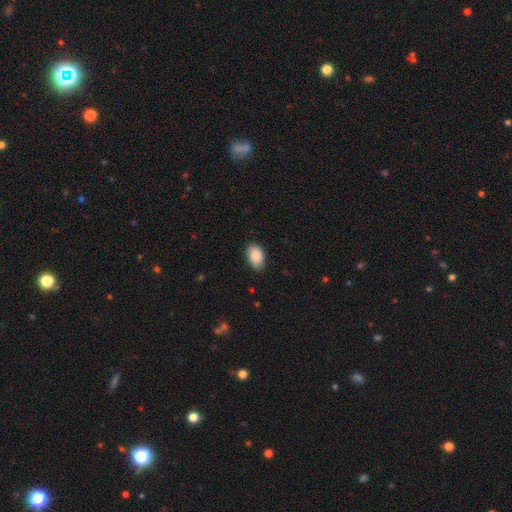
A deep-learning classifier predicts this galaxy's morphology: smooth_or_featured: smooth (p=0.89) [alt: star or artifact p=0.06]
how_rounded: in between (p=0.91) [alt: round p=0.07]
merging: none (p=0.84) [alt: minor disturbance p=0.13]